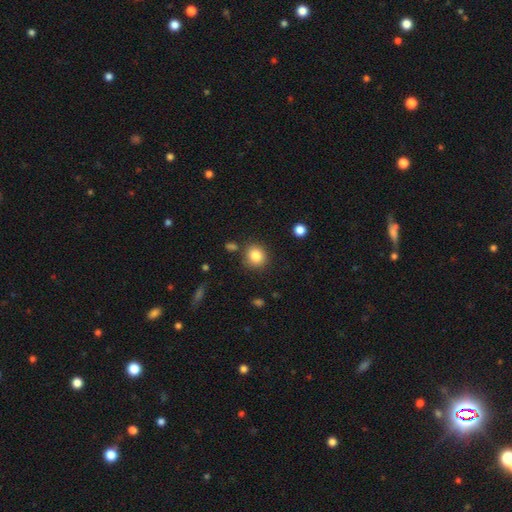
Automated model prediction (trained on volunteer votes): Smooth or featured?
  - smooth: 84% *
  - star or artifact: 10%
  - featured or disk: 6%
How rounded?
  - round: 82% *
  - in between: 17%
  - cigar-shaped: 1%
Merging?
  - none: 83% *
  - minor disturbance: 10%
  - merger: 4%
  - major disturbance: 3%